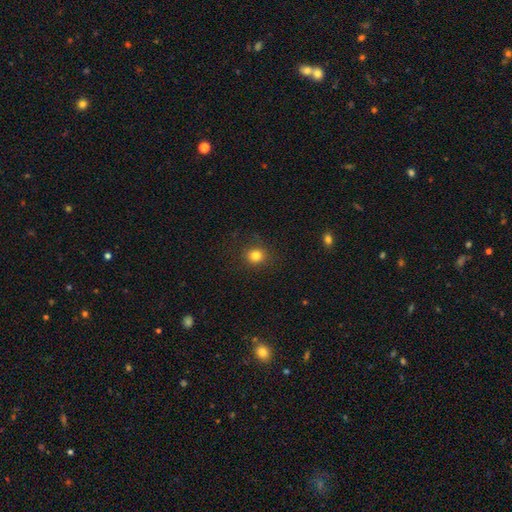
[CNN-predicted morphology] smooth-or-featured: smooth: 82% | star or artifact: 12% | featured or disk: 6%
  how-rounded: round: 84% | in between: 15% | cigar-shaped: 1%
  merging: none: 87% | minor disturbance: 9% | major disturbance: 4% | merger: 1%